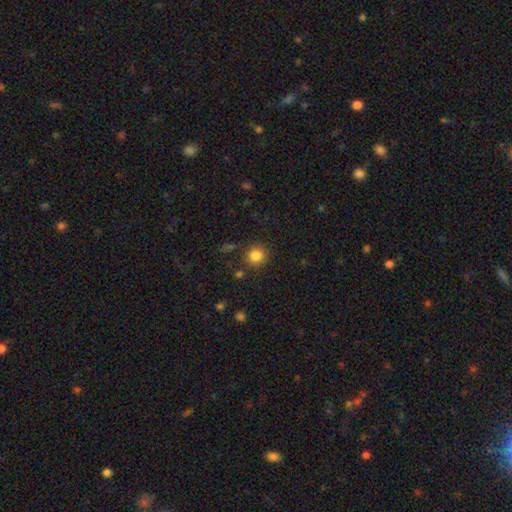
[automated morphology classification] Overall: smooth (84%). How rounded: round (91%). Merging: none (85%).